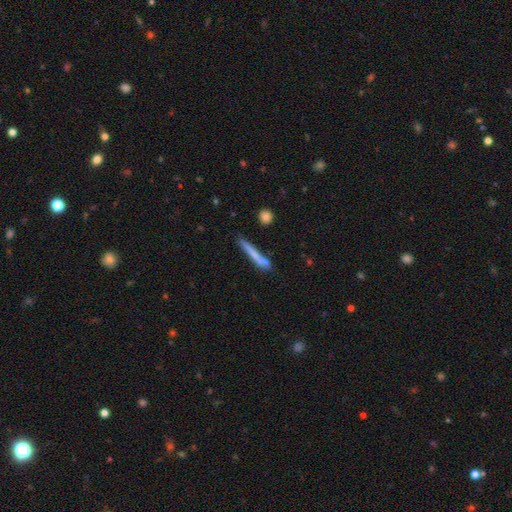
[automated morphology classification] This appears to be a smooth galaxy with no disk features (65%) that is cigar-shaped (95%). Merging: none (69%).